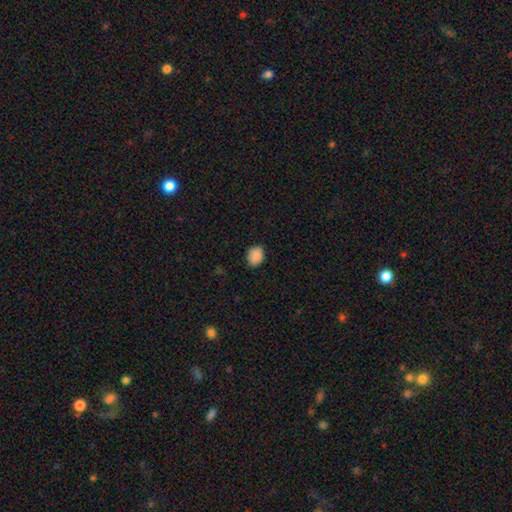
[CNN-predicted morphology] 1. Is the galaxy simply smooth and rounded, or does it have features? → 89% smooth, 8% star or artifact, 3% featured or disk.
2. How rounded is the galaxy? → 62% in between, 37% round, 1% cigar-shaped.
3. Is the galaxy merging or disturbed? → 86% none, 11% minor disturbance, 2% major disturbance, 1% merger.